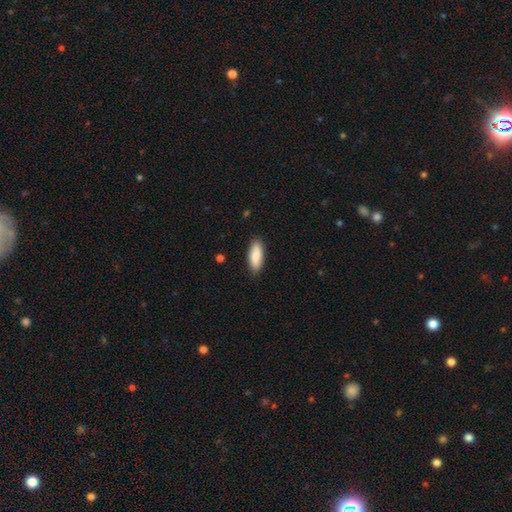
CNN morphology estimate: Smooth or featured? smooth (85%)
How rounded? in between (73%)
Merging? none (86%)